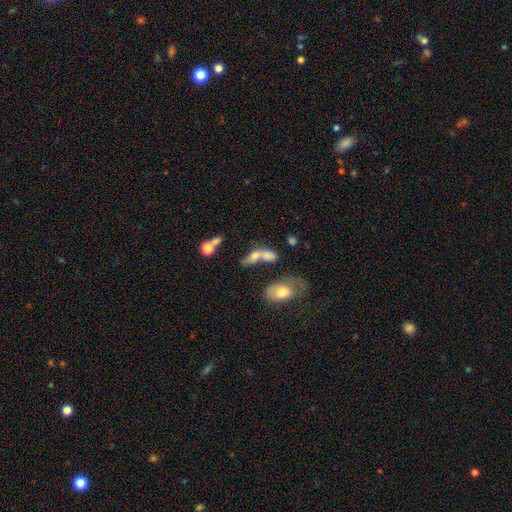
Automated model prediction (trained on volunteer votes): Morphology: type=smooth (58%); roundness=in between (63%); merging=merger (54%).